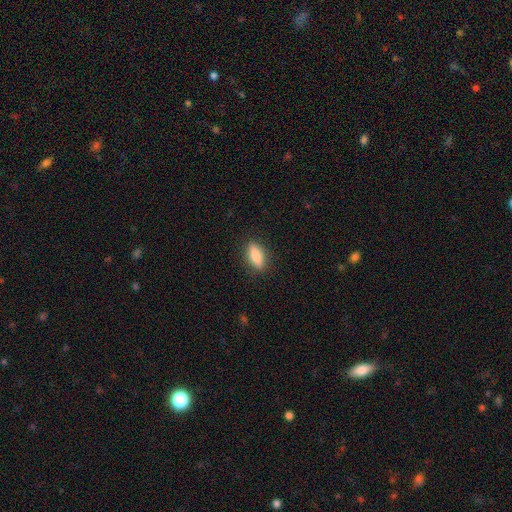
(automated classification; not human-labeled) smooth 77%, featured or disk 17%, star or artifact 7%. Down the decision tree: how rounded — in between (63%); merging — none (87%).